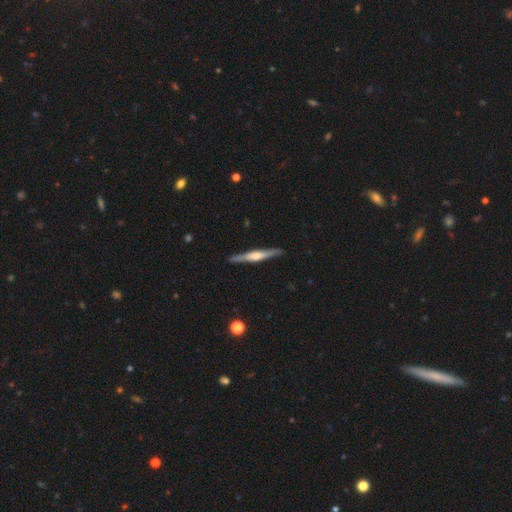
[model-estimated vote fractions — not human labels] This is likely a featured or disk galaxy (69%). It is clearly viewed edge-on (97%). Edge-on bulge: likely rounded (69%). Merging: clearly none (90%).